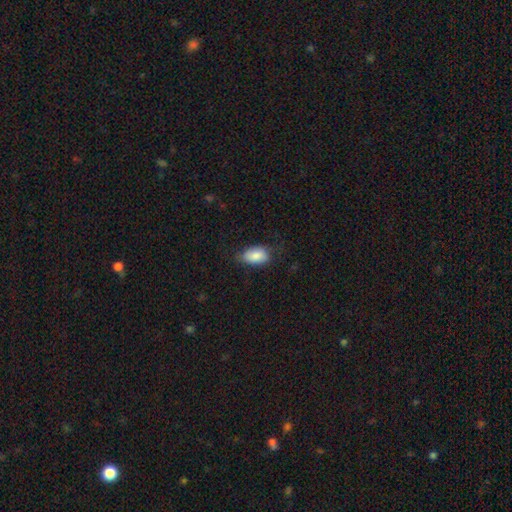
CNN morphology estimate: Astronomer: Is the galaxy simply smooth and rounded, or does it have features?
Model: smooth — 84%.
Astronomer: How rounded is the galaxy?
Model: in between — 92%.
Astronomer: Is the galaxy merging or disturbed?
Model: none — 67%.